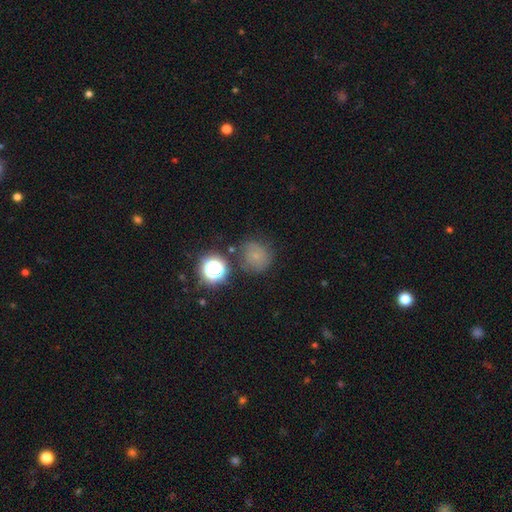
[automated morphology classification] Smooth or featured? Predicted: smooth (p=0.59). How rounded? Predicted: round (p=0.87). Merging? Predicted: none (p=0.72).